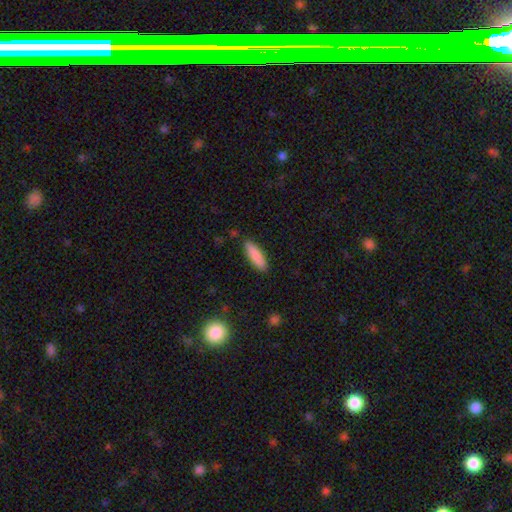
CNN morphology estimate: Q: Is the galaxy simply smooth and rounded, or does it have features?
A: smooth — 87%.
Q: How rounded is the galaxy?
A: cigar-shaped — 59%.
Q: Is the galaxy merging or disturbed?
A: none — 88%.